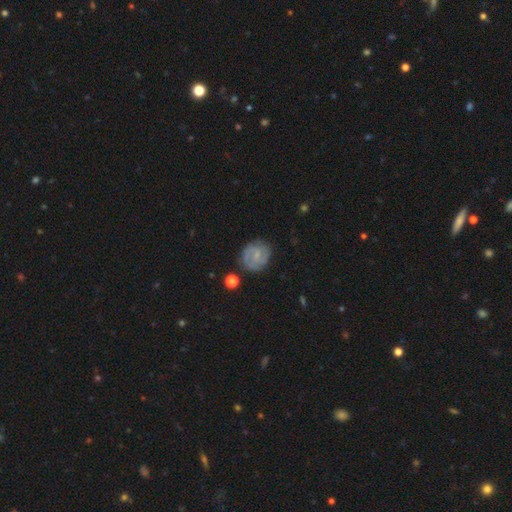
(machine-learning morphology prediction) featured or disk 60%, smooth 33%, star or artifact 7%. Down the decision tree: edge-on disk — no (98%); bar — weak (47%); spiral arms — yes (86%); bulge size — small (64%); merging — none (77%).